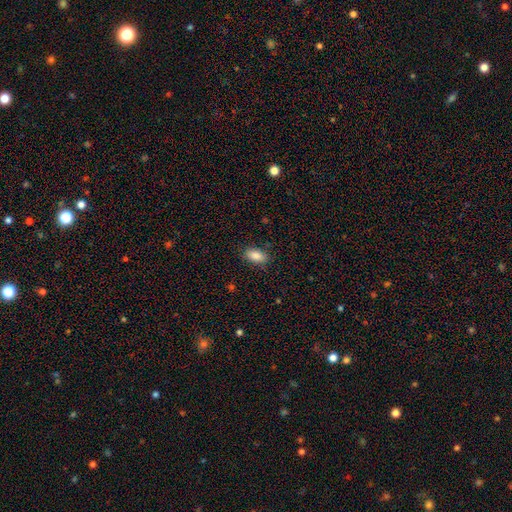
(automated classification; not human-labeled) This appears to be a smooth galaxy with no disk features (86%) that is in between round and cigar-shaped (91%). Merging: none (86%).